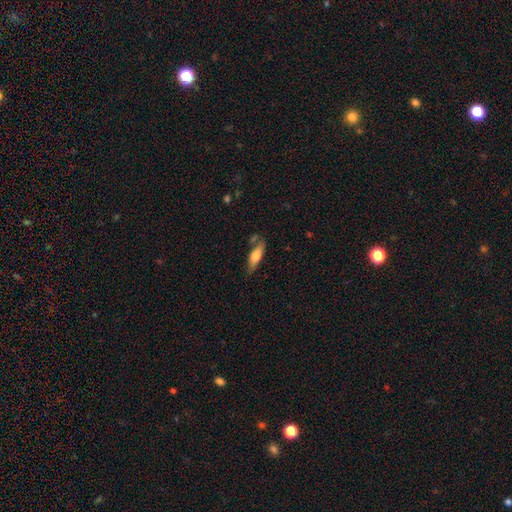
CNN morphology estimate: Smooth or featured? smooth (67%)
How rounded? cigar-shaped (50%)
Merging? none (69%)